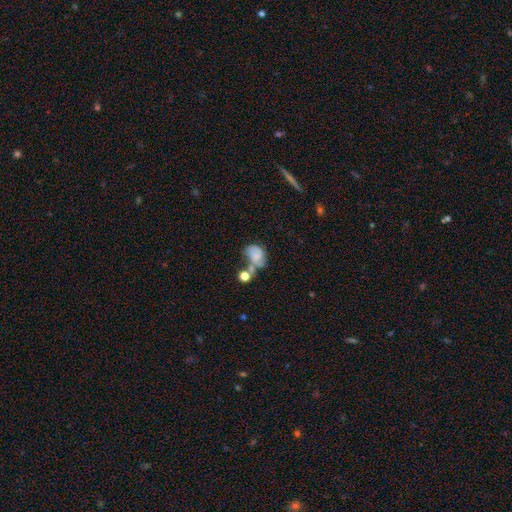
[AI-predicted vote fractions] Smooth or featured?
  - smooth: 61% *
  - featured or disk: 28%
  - star or artifact: 11%
How rounded?
  - in between: 62% *
  - round: 37%
  - cigar-shaped: 1%
Merging?
  - merger: 31% *
  - none: 26%
  - minor disturbance: 23%
  - major disturbance: 20%